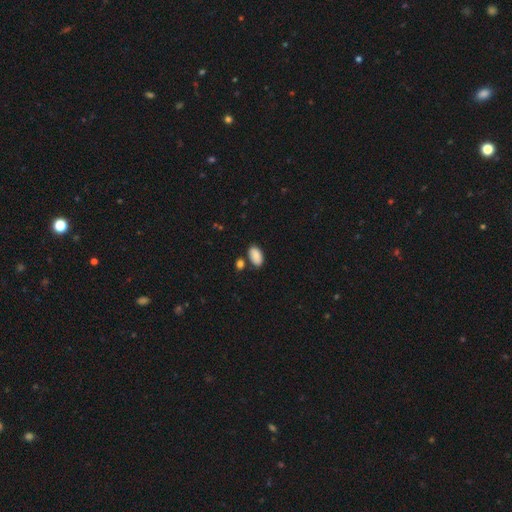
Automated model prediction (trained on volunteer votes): The model was most divided on "merging": none: 73%, minor disturbance: 13%, merger: 11%, major disturbance: 3%. More confident: how rounded — in between (95%); smooth or featured — smooth (88%).